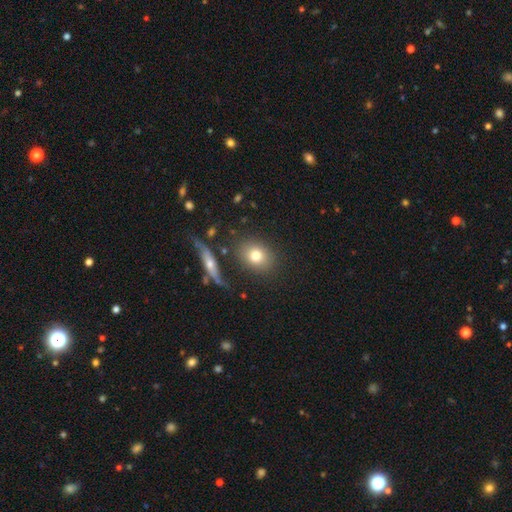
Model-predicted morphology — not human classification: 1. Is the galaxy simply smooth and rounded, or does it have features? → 77% smooth, 13% featured or disk, 10% star or artifact.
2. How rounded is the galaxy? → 55% round, 43% in between, 2% cigar-shaped.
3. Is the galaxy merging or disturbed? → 79% none, 11% minor disturbance, 6% merger, 4% major disturbance.